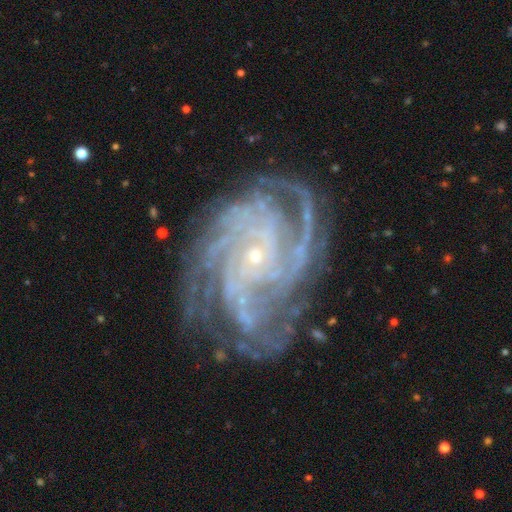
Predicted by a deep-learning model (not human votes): Smooth or featured? Predicted: featured or disk (p=0.91). Edge-on disk? Predicted: no (p=0.98). Bar? Predicted: no (p=0.69). Spiral arms? Predicted: yes (p=0.98). Spiral winding? Predicted: tight (p=0.66). Spiral arm count? Predicted: 4 (p=0.30). Bulge size? Predicted: small (p=0.87). Merging? Predicted: none (p=0.71).